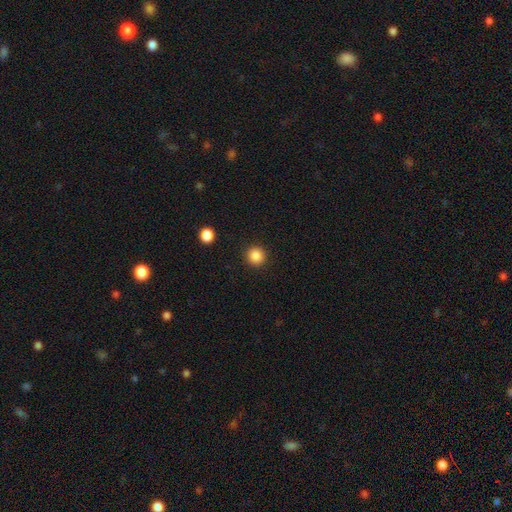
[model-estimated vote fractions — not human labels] Smooth or featured? Predicted: smooth (p=0.86). How rounded? Predicted: round (p=0.94). Merging? Predicted: none (p=0.92).